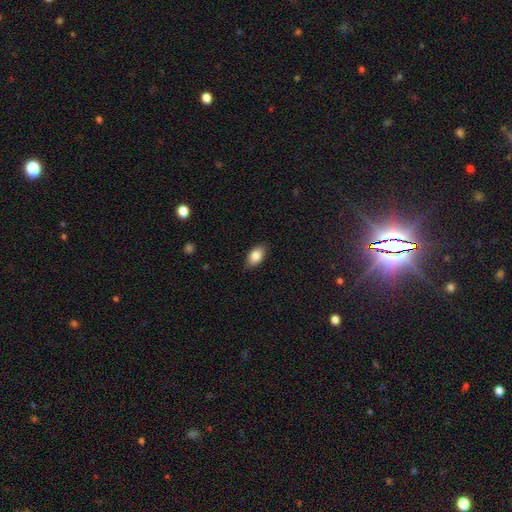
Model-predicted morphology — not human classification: Smooth or featured? Predicted: smooth (p=0.85). How rounded? Predicted: in between (p=0.91). Merging? Predicted: none (p=0.86).